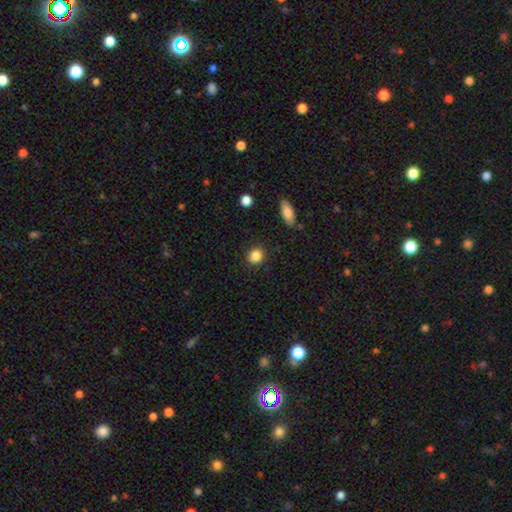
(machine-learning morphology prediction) smooth_or_featured: smooth (p=0.86) [alt: star or artifact p=0.10]
how_rounded: round (p=0.84) [alt: in between p=0.15]
merging: none (p=0.89) [alt: minor disturbance p=0.07]